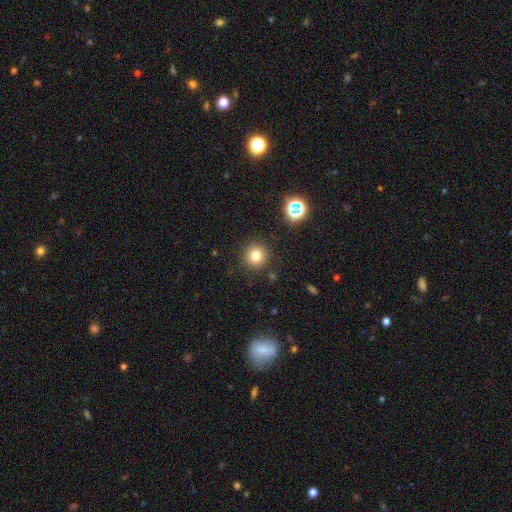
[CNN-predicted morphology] Overall: smooth (77%). How rounded: round (94%). Merging: none (89%).